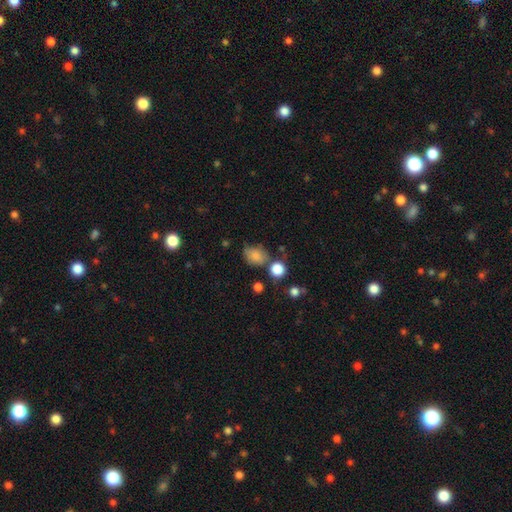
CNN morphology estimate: Smooth or featured? smooth (80%)
How rounded? in between (52%)
Merging? none (56%)